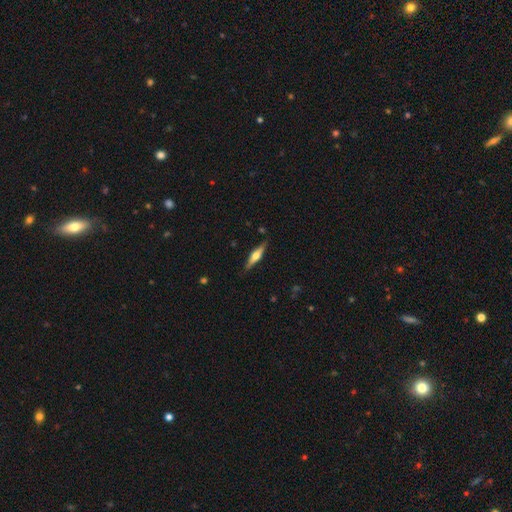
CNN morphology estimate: type=featured or disk (63%); edge-on=yes (96%); edge-on bulge=rounded (91%); merging=none (87%).